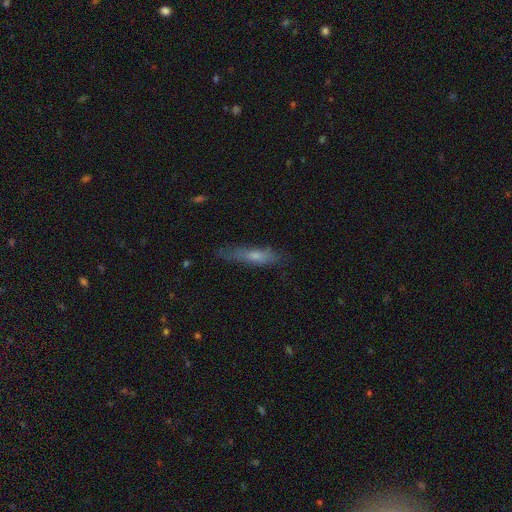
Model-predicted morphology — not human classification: Q: Smooth or featured?
A: smooth (55%); runner-up: featured or disk (37%)
Q: How rounded?
A: cigar-shaped (85%); runner-up: in between (14%)
Q: Merging?
A: none (72%); runner-up: minor disturbance (21%)